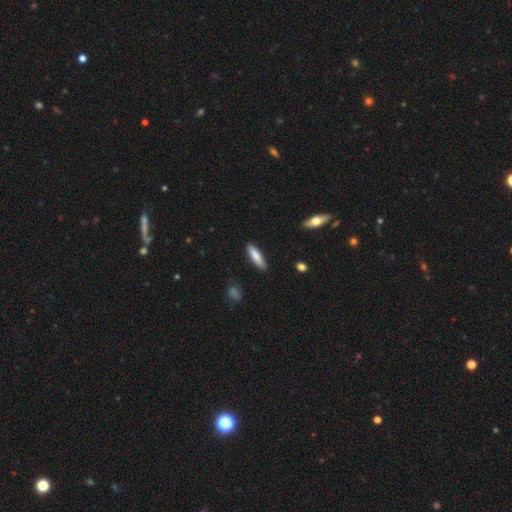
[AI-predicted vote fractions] Q: Smooth or featured?
A: smooth (83%); runner-up: featured or disk (11%)
Q: How rounded?
A: cigar-shaped (62%); runner-up: in between (36%)
Q: Merging?
A: none (85%); runner-up: minor disturbance (12%)